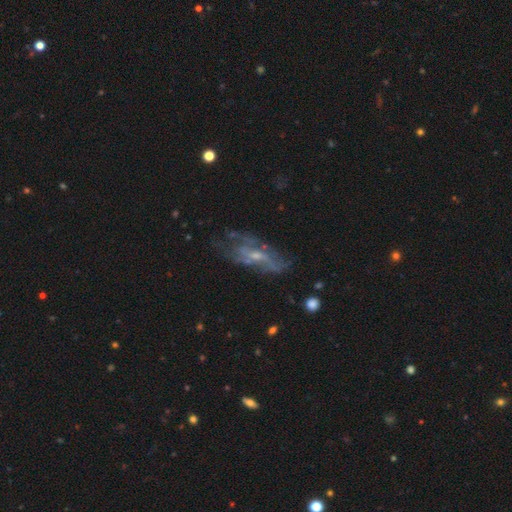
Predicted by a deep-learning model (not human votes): The model was most divided on "spiral arms": yes: 54%, no: 46%. More confident: edge-on disk — no (83%); smooth or featured — featured or disk (66%); bar — no (60%); bulge size — small (56%); merging — none (52%).